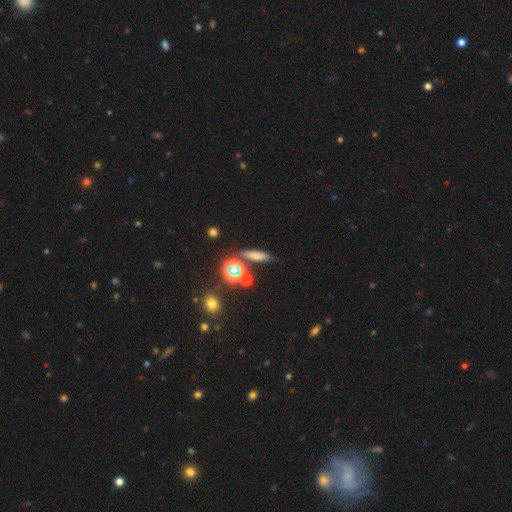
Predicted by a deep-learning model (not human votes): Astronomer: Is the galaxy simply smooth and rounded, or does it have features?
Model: smooth — 63%.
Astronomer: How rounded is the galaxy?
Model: cigar-shaped — 61%.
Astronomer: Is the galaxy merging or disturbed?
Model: none — 74%.